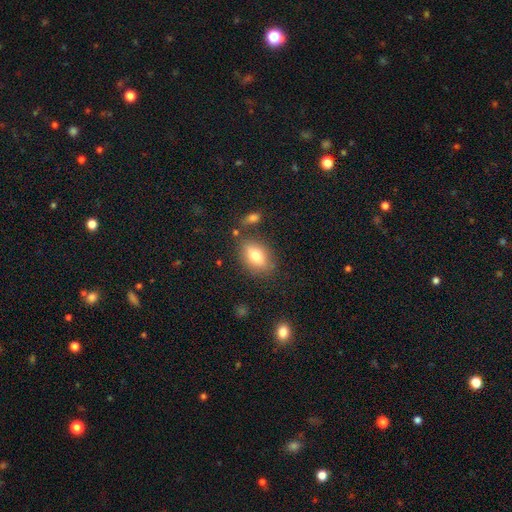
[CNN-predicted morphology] smooth 74%, featured or disk 17%, star or artifact 9%. Down the decision tree: how rounded — in between (82%); merging — none (76%).